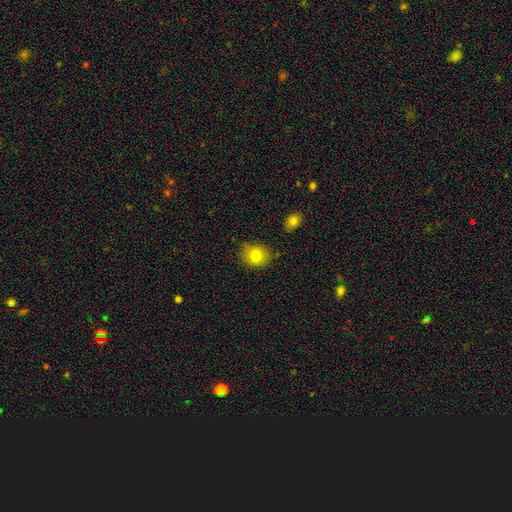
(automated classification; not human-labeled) Q: Smooth or featured?
A: smooth (80%); runner-up: star or artifact (10%)
Q: How rounded?
A: round (69%); runner-up: in between (30%)
Q: Merging?
A: none (76%); runner-up: minor disturbance (18%)